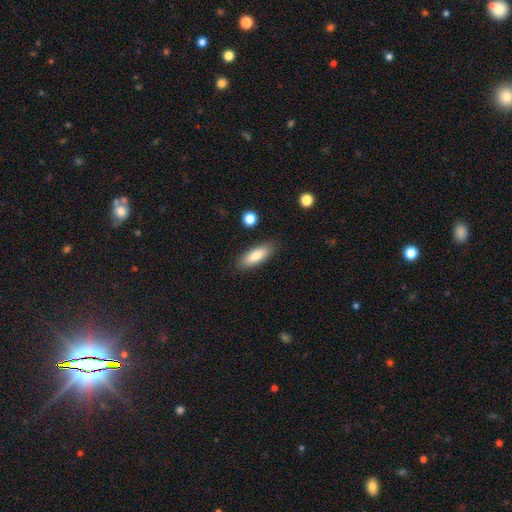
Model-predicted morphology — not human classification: Overall: smooth (82%). How rounded: in between (61%; cigar-shaped 37%). Merging: none (86%).